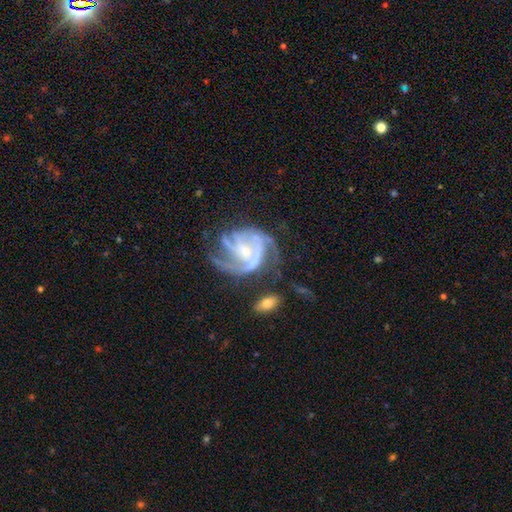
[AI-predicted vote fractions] A featured or disk galaxy (88%) with no bar (54%), 3 (41%) medium (49%) spiral arms (96%) and a small central bulge (73%). Merging: none (45%).